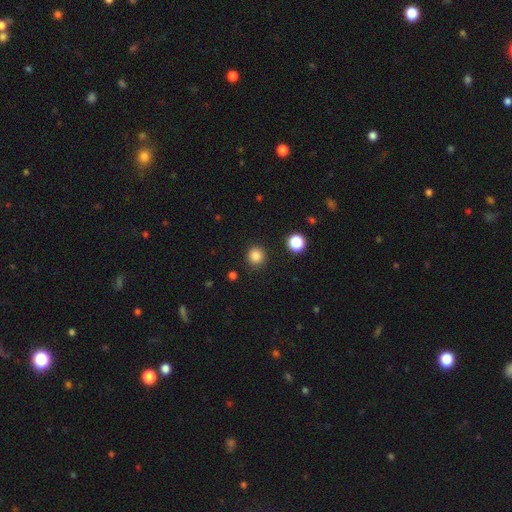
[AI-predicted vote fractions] smooth-or-featured: smooth: 84% | star or artifact: 12% | featured or disk: 4%
  how-rounded: round: 93% | in between: 6% | cigar-shaped: 1%
  merging: none: 90% | minor disturbance: 6% | major disturbance: 2% | merger: 2%